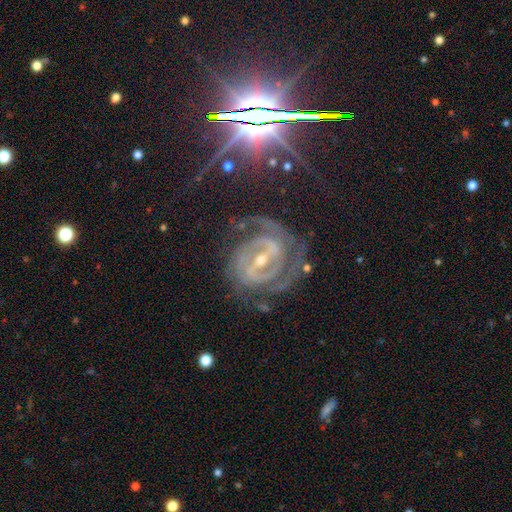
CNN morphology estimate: Q: Smooth or featured?
A: featured or disk (86%); runner-up: star or artifact (10%)
Q: Edge-on disk?
A: no (96%); runner-up: yes (4%)
Q: Bar?
A: strong (63%); runner-up: weak (28%)
Q: Spiral arms?
A: yes (97%); runner-up: no (3%)
Q: Spiral winding?
A: tight (61%); runner-up: medium (33%)
Q: Spiral arm count?
A: 2 (63%); runner-up: 3 (13%)
Q: Bulge size?
A: small (59%); runner-up: moderate (38%)
Q: Merging?
A: none (70%); runner-up: minor disturbance (16%)